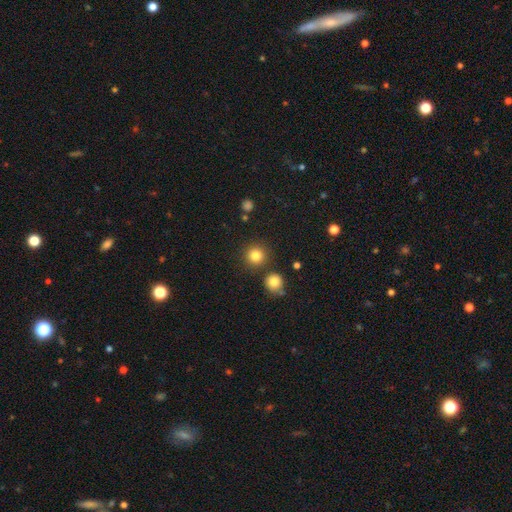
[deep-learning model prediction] smooth 82%, star or artifact 13%, featured or disk 5%. Down the decision tree: how rounded — round (93%); merging — none (85%).